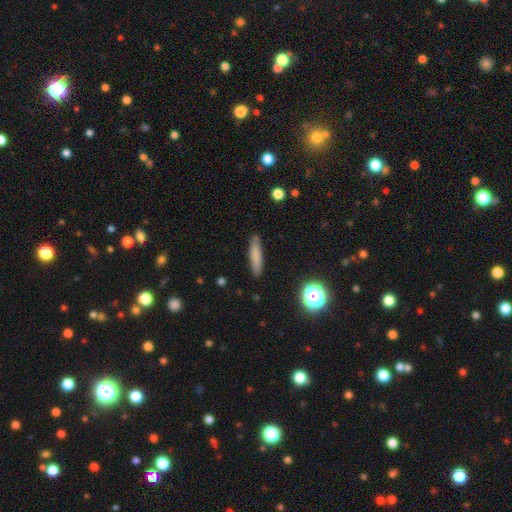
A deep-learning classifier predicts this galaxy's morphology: Smooth or featured? Predicted: smooth (p=0.76). How rounded? Predicted: cigar-shaped (p=0.86). Merging? Predicted: none (p=0.86).